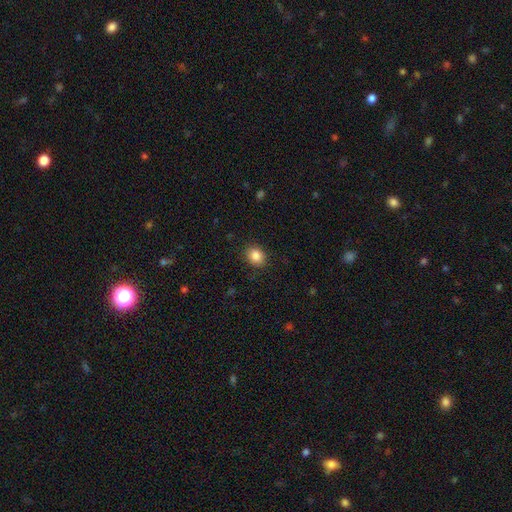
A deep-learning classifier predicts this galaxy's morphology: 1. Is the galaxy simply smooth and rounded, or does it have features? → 86% smooth, 9% star or artifact, 4% featured or disk.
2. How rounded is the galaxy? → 58% round, 41% in between, 1% cigar-shaped.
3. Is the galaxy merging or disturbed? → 88% none, 8% minor disturbance, 3% major disturbance, 1% merger.